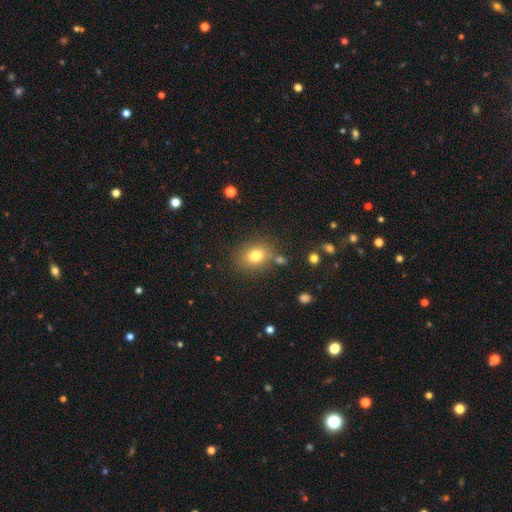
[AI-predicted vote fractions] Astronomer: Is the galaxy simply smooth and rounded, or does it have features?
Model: smooth — 78%.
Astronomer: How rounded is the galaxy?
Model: in between — 52% (runner-up: round, 47%).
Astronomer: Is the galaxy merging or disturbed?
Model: none — 76%.